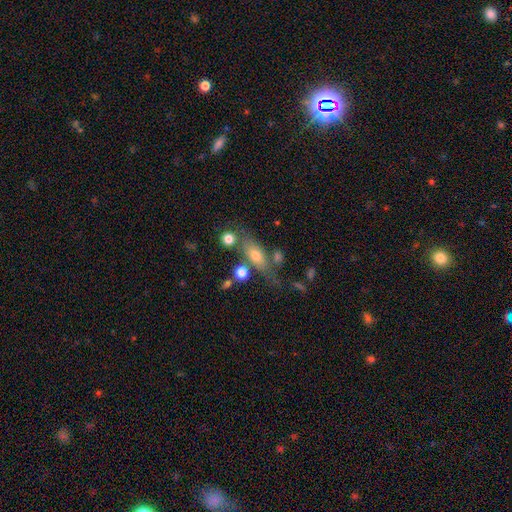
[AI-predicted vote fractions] smooth_or_featured: smooth (p=0.63) [alt: featured or disk p=0.26]
how_rounded: in between (p=0.64) [alt: cigar-shaped p=0.26]
merging: none (p=0.56) [alt: minor disturbance p=0.18]